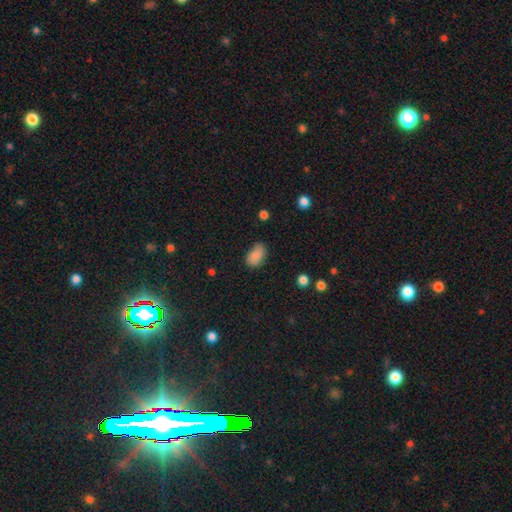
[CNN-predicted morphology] The model was most divided on "merging": none: 69%, minor disturbance: 24%, major disturbance: 5%, merger: 2%. More confident: how rounded — in between (90%); smooth or featured — smooth (86%).